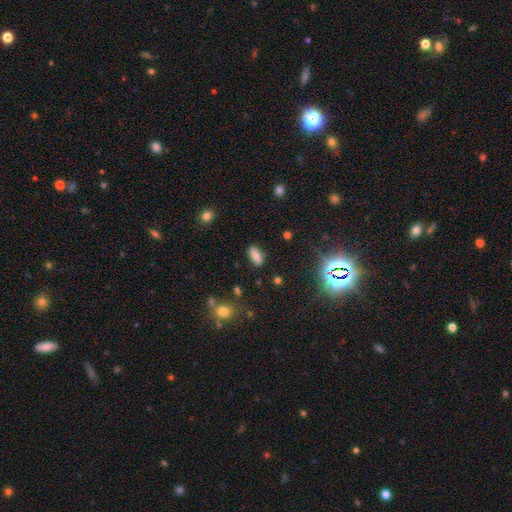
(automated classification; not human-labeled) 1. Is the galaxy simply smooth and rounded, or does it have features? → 75% smooth, 13% star or artifact, 12% featured or disk.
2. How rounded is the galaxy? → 83% in between, 13% cigar-shaped, 4% round.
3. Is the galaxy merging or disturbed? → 86% none, 9% minor disturbance, 2% major disturbance, 2% merger.